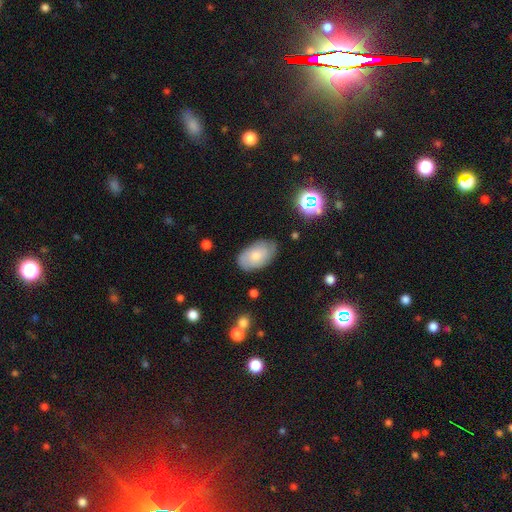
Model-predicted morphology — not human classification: A smooth galaxy with no disk features (63%) that is in between round and cigar-shaped (92%).

Vote fractions:
- Smooth or featured? smooth: 63% / featured or disk: 29% / star or artifact: 8%
- How rounded? in between: 92% / round: 7% / cigar-shaped: 1%
- Merging? none: 74% / minor disturbance: 20% / major disturbance: 4% / merger: 2%